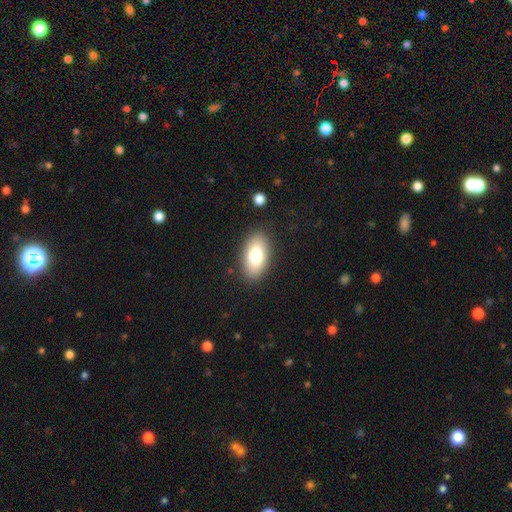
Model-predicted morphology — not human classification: type=smooth (77%); roundness=in between (93%); merging=none (87%).